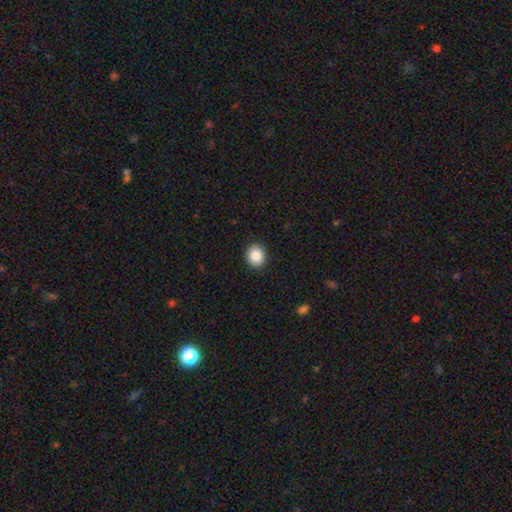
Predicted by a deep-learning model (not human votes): This is clearly a smooth galaxy (88%). How rounded: likely round (64%). Merging: clearly none (91%).